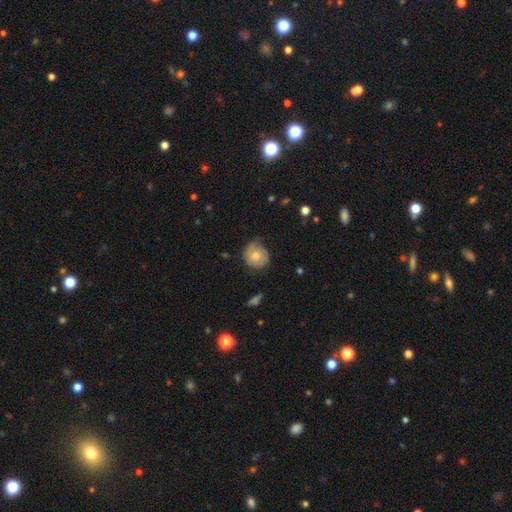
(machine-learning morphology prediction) smooth-or-featured: smooth: 50% | featured or disk: 43% | star or artifact: 7%
  merging: none: 63% | minor disturbance: 27% | major disturbance: 8% | merger: 2%